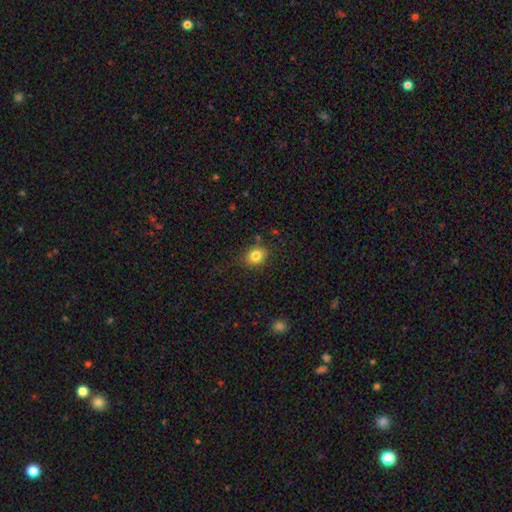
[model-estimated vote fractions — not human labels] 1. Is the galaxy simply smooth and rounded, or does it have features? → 82% smooth, 11% star or artifact, 7% featured or disk.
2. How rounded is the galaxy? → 62% round, 37% in between, 1% cigar-shaped.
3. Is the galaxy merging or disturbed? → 81% none, 13% minor disturbance, 4% major disturbance, 3% merger.